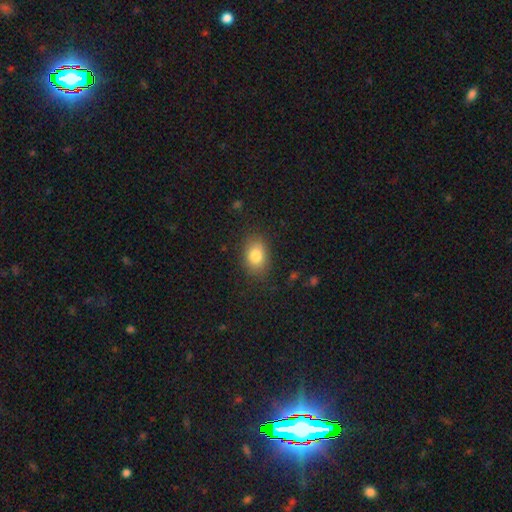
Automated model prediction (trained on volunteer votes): Q: Smooth or featured?
A: smooth (81%); runner-up: star or artifact (9%)
Q: How rounded?
A: in between (73%); runner-up: round (26%)
Q: Merging?
A: none (83%); runner-up: minor disturbance (12%)